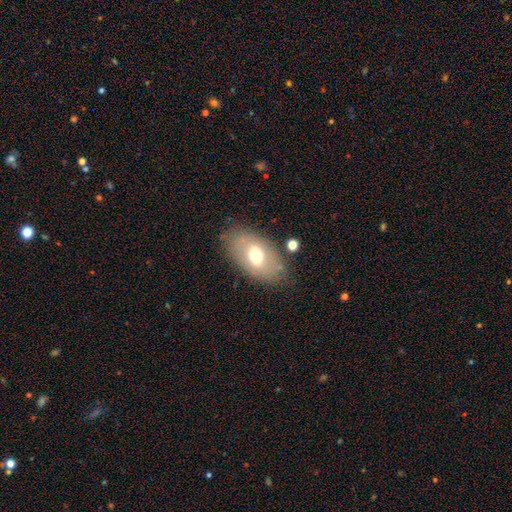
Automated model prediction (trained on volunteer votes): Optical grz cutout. It shows a smooth galaxy with no disk features (61%) that is in between round and cigar-shaped (91%). Merging: none (77%).